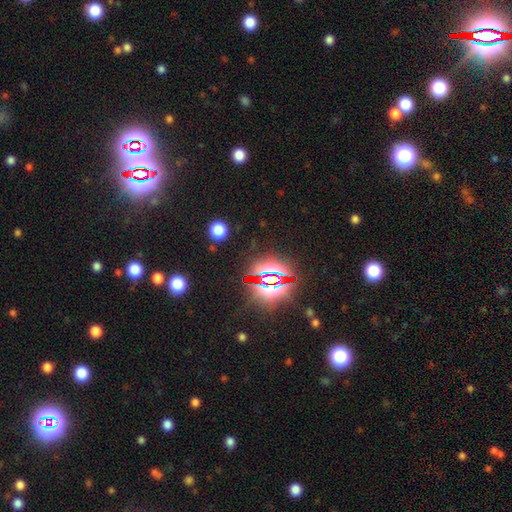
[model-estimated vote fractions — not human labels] A star or artifact, not a galaxy (82%).

Vote fractions:
- Smooth or featured? star or artifact: 82% / smooth: 11% / featured or disk: 8%